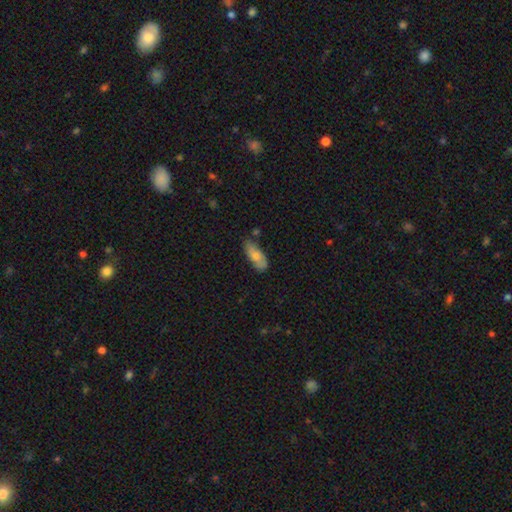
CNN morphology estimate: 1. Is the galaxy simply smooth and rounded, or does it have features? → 68% smooth, 25% featured or disk, 7% star or artifact.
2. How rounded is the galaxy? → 73% in between, 25% cigar-shaped, 2% round.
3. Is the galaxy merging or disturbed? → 69% none, 23% minor disturbance, 5% merger, 4% major disturbance.